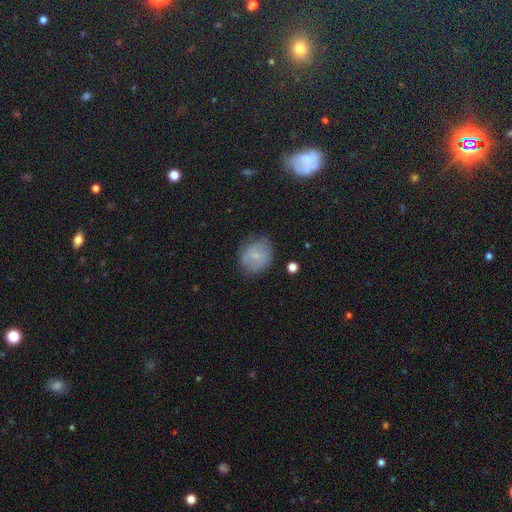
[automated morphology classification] This appears to be a smooth galaxy with no disk features (73%) that is round (67%). Merging: none (71%).